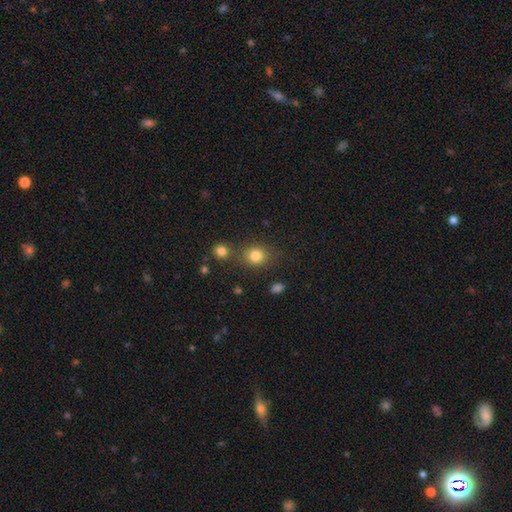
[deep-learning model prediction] smooth_or_featured: smooth (p=0.81) [alt: star or artifact p=0.13]
how_rounded: round (p=0.76) [alt: in between p=0.23]
merging: none (p=0.71) [alt: merger p=0.14]